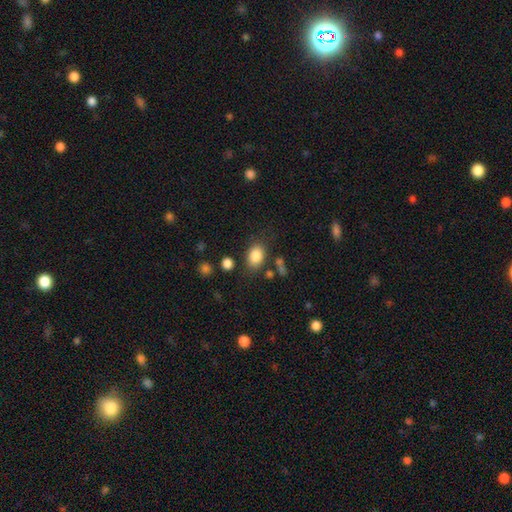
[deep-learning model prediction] A smooth galaxy with no disk features (84%) that is in between round and cigar-shaped (74%). Merging: none (75%).